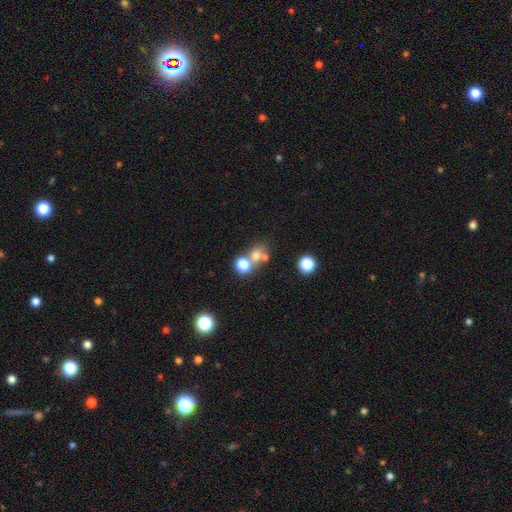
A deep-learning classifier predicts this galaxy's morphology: This is likely a smooth galaxy (66%). How rounded: likely round (72%). Merging: marginally none (44%).